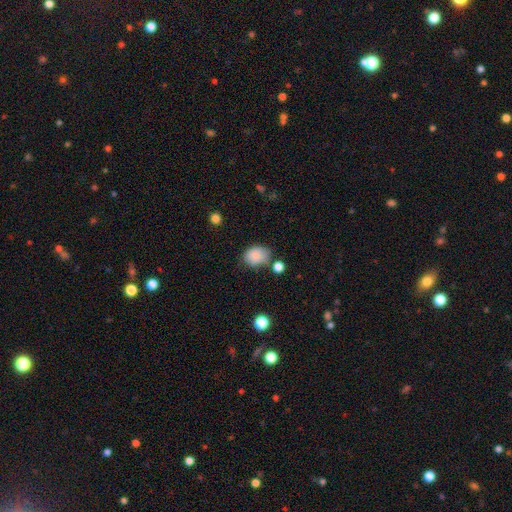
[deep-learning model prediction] Morphology: type=smooth (86%); roundness=in between (64%); merging=none (62%).